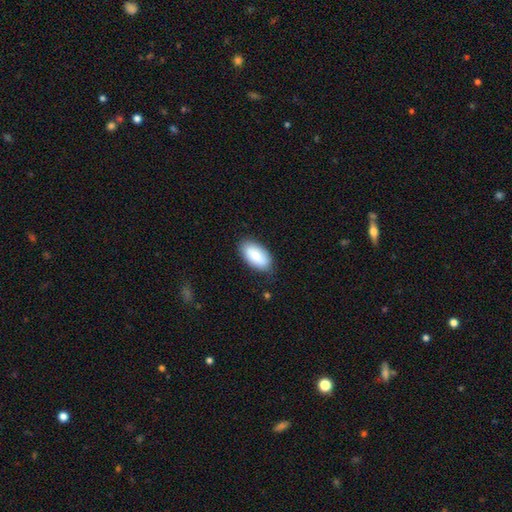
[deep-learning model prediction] smooth 86%, featured or disk 8%, star or artifact 6%. Down the decision tree: how rounded — in between (95%); merging — none (80%).